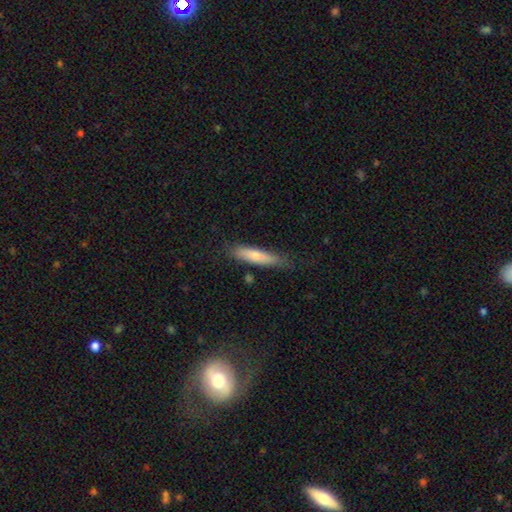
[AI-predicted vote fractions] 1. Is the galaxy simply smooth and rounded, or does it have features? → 72% smooth, 22% featured or disk, 6% star or artifact.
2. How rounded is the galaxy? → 82% cigar-shaped, 17% in between, 2% round.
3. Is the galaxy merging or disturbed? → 75% none, 18% minor disturbance, 4% major disturbance, 2% merger.